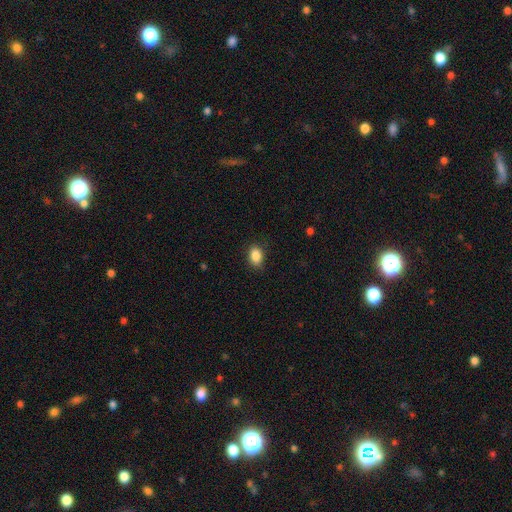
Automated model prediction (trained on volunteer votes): This is clearly a smooth galaxy (87%). How rounded: likely in between (80%). Merging: clearly none (85%).